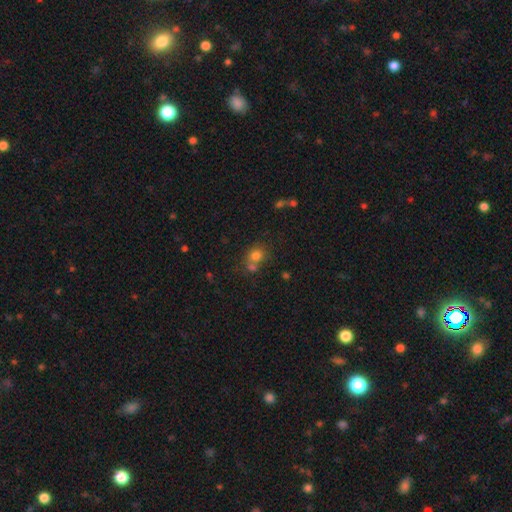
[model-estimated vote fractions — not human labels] smooth_or_featured: smooth (p=0.76) [alt: star or artifact p=0.14]
how_rounded: round (p=0.69) [alt: in between p=0.30]
merging: none (p=0.47) [alt: merger p=0.38]